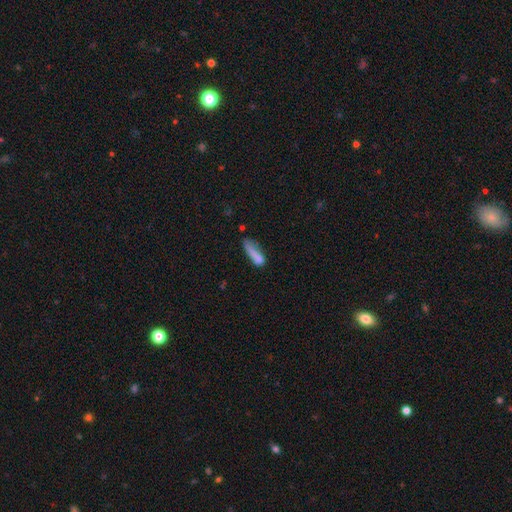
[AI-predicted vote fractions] Smooth or featured? Predicted: smooth (p=0.74). How rounded? Predicted: cigar-shaped (p=0.63). Merging? Predicted: none (p=0.39).